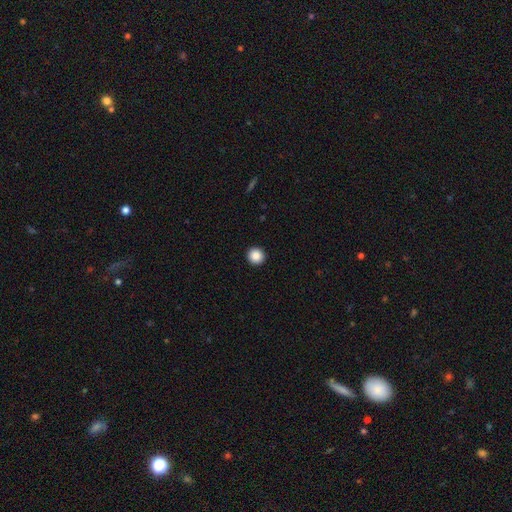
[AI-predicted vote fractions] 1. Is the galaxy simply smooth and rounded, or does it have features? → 88% smooth, 9% star or artifact, 3% featured or disk.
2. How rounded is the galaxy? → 96% round, 3% in between, 1% cigar-shaped.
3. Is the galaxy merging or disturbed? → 94% none, 4% minor disturbance, 1% major disturbance, 1% merger.